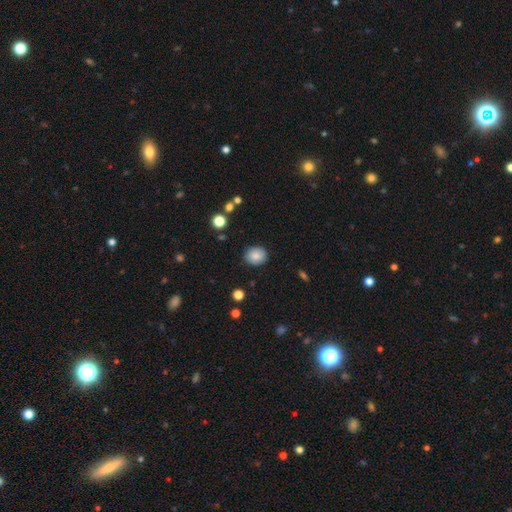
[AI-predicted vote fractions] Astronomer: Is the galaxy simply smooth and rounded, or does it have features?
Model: smooth — 83%.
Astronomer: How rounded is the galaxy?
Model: round — 69%.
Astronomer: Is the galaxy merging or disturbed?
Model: none — 86%.